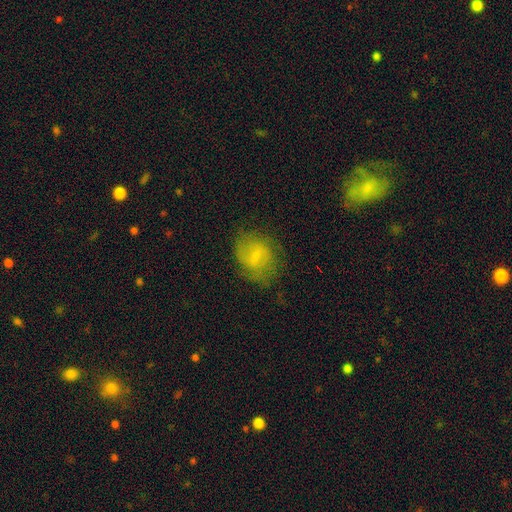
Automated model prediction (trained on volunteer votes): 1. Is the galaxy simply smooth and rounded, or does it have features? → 50% smooth, 40% featured or disk, 10% star or artifact.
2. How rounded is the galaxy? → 52% round, 47% in between, 1% cigar-shaped.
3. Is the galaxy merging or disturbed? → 63% none, 23% minor disturbance, 13% major disturbance, 2% merger.